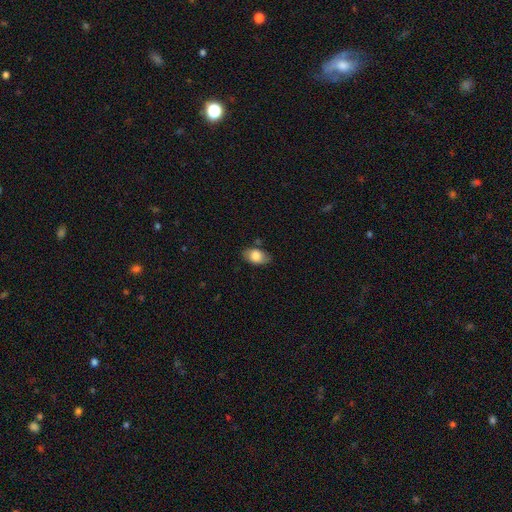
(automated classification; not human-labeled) Smooth or featured? smooth (76%)
How rounded? in between (90%)
Merging? none (75%)